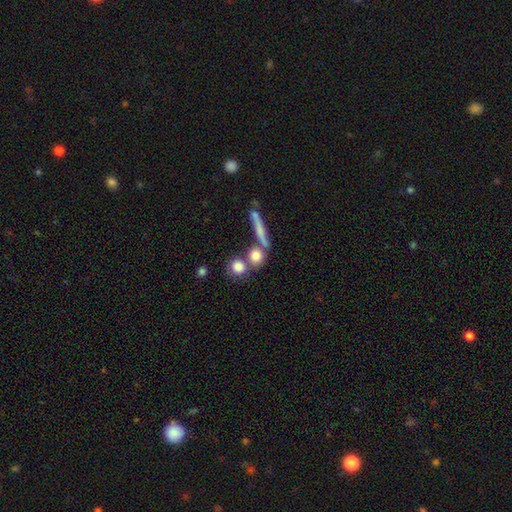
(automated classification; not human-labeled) This appears to be a smooth galaxy with no disk features (77%) that is round (75%). Merging: none (59%).